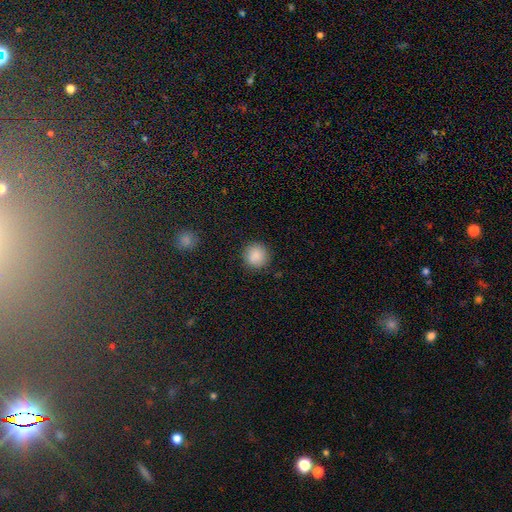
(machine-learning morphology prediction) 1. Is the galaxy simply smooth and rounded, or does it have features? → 88% smooth, 8% star or artifact, 3% featured or disk.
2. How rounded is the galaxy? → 93% round, 6% in between, 1% cigar-shaped.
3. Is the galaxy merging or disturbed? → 90% none, 7% minor disturbance, 2% major disturbance, 1% merger.